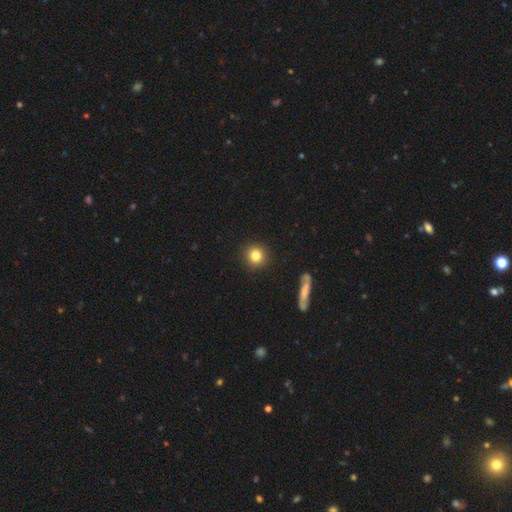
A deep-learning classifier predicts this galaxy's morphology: type=smooth (82%); roundness=round (94%); merging=none (91%).